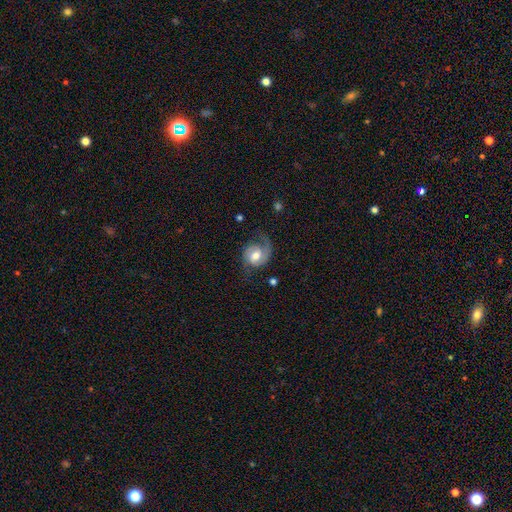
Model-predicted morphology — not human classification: A featured or disk galaxy (75%) with no bar (57%), 2 (62%) medium (44%) spiral arms (94%) and a moderate central bulge (67%).

Vote fractions:
- Smooth or featured? featured or disk: 75% / smooth: 19% / star or artifact: 6%
- Edge-on disk? no: 98% / yes: 2%
- Bar? no: 57% / weak: 35% / strong: 8%
- Spiral arms? yes: 94% / no: 6%
- Spiral winding? medium: 44% / tight: 28% / loose: 27%
- Spiral arm count? 2: 62% / 1: 31% / can't tell: 5% / 3: 1% / 4: 1% / more than 4: 1%
- Bulge size? moderate: 67% / large: 16% / small: 13% / none: 2% / dominant: 2%
- Merging? none: 58% / minor disturbance: 22% / major disturbance: 19% / merger: 2%